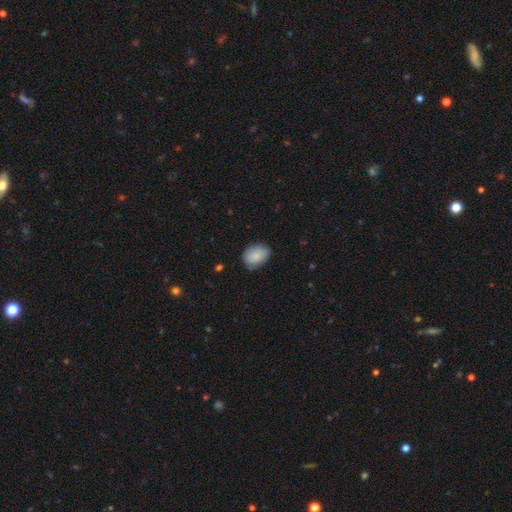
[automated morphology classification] Q: Smooth or featured?
A: smooth (86%); runner-up: featured or disk (7%)
Q: How rounded?
A: in between (71%); runner-up: round (28%)
Q: Merging?
A: none (73%); runner-up: minor disturbance (22%)